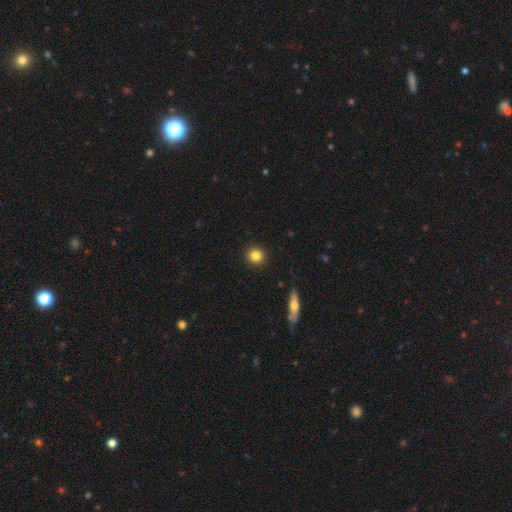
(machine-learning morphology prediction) This appears to be a smooth galaxy with no disk features (84%) that is round (93%). Merging: none (92%).